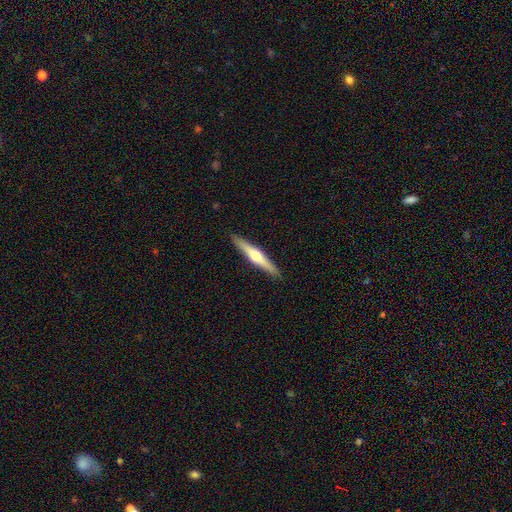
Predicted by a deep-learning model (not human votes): smooth_or_featured: featured or disk (p=0.63) [alt: smooth p=0.32]
disk_edge_on: yes (p=0.98) [alt: no p=0.02]
edge_on_bulge: rounded (p=0.90) [alt: none p=0.05]
merging: none (p=0.92) [alt: minor disturbance p=0.06]